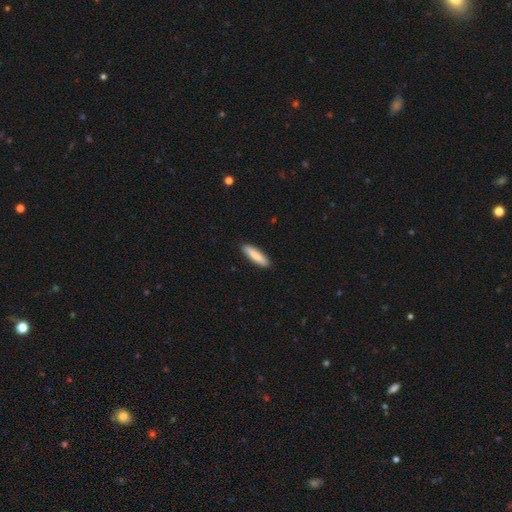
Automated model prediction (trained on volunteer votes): Overall: smooth (84%). How rounded: cigar-shaped (74%). Merging: none (91%).